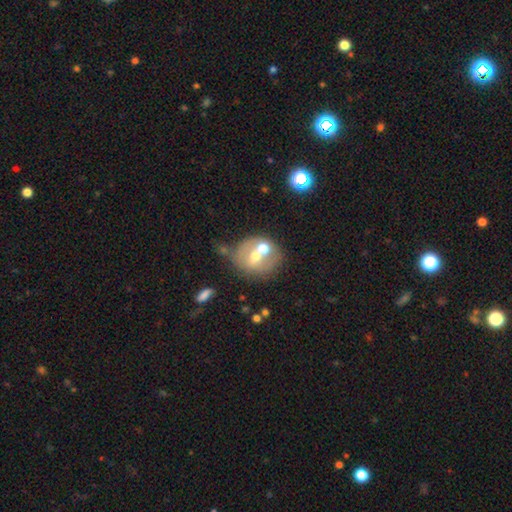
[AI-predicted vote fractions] This appears to be a smooth galaxy with no disk features (48%). Merging: merger (43%).